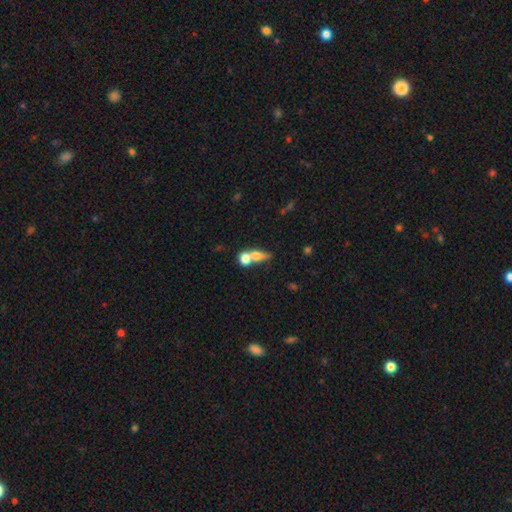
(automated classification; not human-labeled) The model was most divided on "how rounded": round: 43%, in between: 42%, cigar-shaped: 14%. More confident: smooth or featured — smooth (67%); merging — merger (66%).